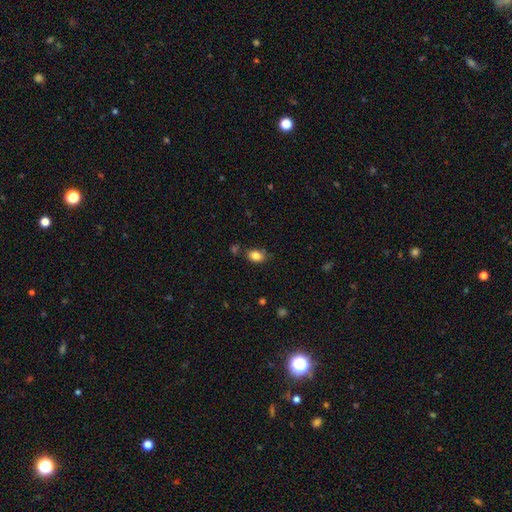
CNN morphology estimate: Smooth or featured?
  - smooth: 84% *
  - star or artifact: 10%
  - featured or disk: 7%
How rounded?
  - in between: 80% *
  - round: 19%
  - cigar-shaped: 1%
Merging?
  - none: 74% *
  - minor disturbance: 16%
  - merger: 6%
  - major disturbance: 4%